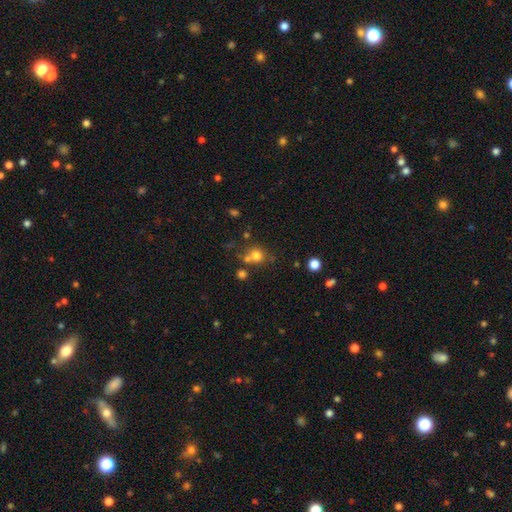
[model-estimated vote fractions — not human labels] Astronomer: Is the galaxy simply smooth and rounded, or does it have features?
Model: smooth — 74%.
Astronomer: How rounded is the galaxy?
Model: round — 83%.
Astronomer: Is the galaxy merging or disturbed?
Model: none — 56%.